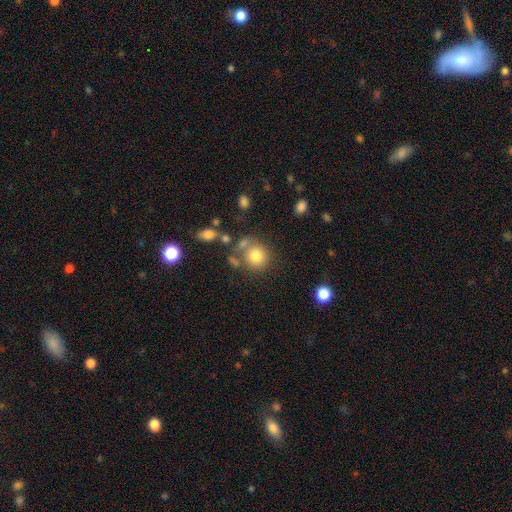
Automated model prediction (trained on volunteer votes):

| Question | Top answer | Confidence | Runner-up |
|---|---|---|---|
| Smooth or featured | smooth | 77% | featured or disk (11%) |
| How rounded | round | 85% | in between (14%) |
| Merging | none | 62% | merger (18%) |